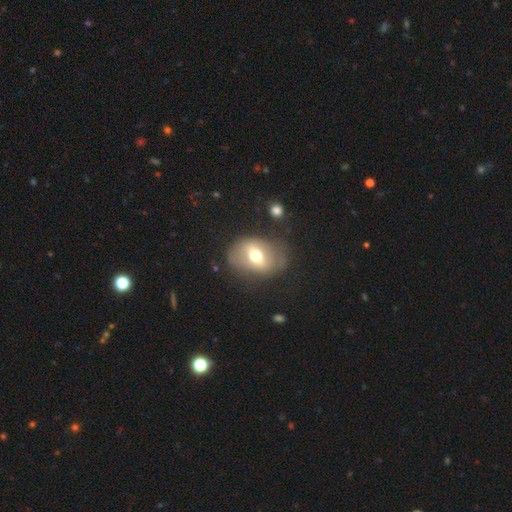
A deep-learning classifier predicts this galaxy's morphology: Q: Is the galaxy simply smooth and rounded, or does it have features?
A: smooth — 49%.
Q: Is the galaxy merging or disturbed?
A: none — 69%.